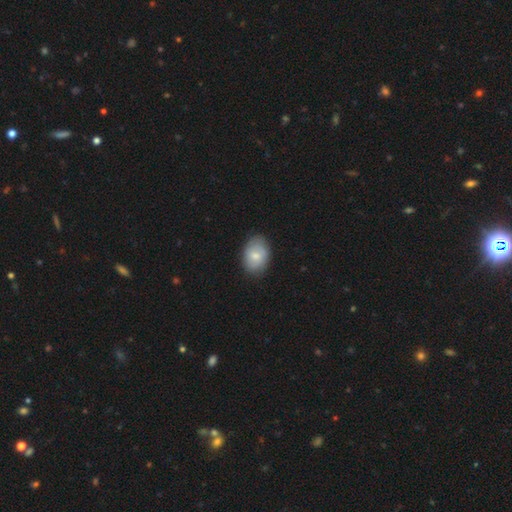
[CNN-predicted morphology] A smooth galaxy with no disk features (71%) that is in between round and cigar-shaped (81%).

Vote fractions:
- Smooth or featured? smooth: 71% / featured or disk: 22% / star or artifact: 6%
- How rounded? in between: 81% / round: 18% / cigar-shaped: 1%
- Merging? none: 79% / minor disturbance: 16% / major disturbance: 3% / merger: 1%